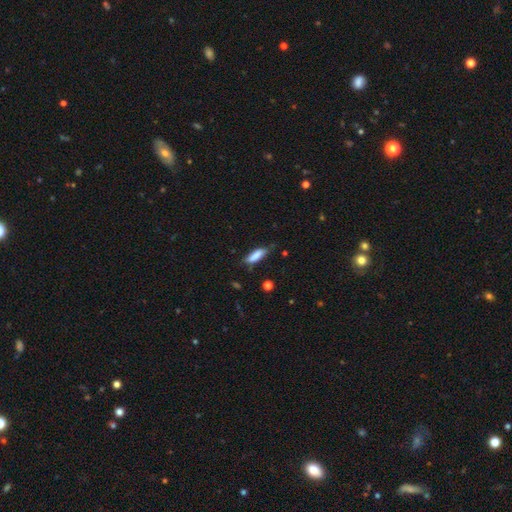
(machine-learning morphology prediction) type=smooth (81%); roundness=cigar-shaped (54%); merging=none (67%).